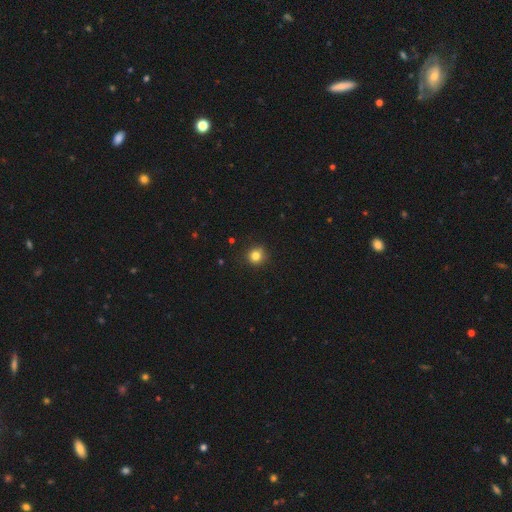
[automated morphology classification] The model was most divided on "smooth or featured": smooth: 82%, star or artifact: 13%, featured or disk: 5%. More confident: how rounded — round (92%); merging — none (90%).